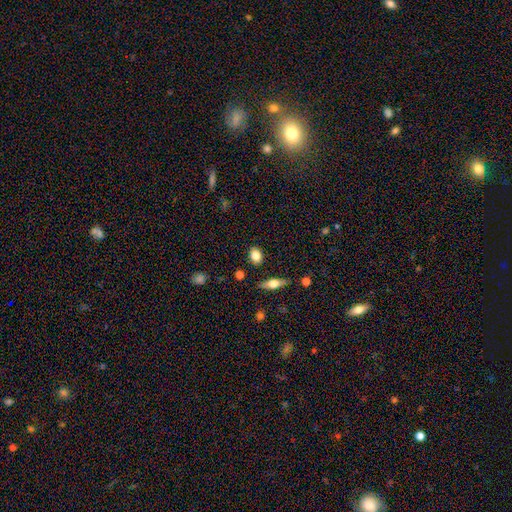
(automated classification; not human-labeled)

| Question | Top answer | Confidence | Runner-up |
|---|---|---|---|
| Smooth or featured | smooth | 79% | featured or disk (13%) |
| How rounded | in between | 66% | round (31%) |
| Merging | none | 87% | minor disturbance (9%) |